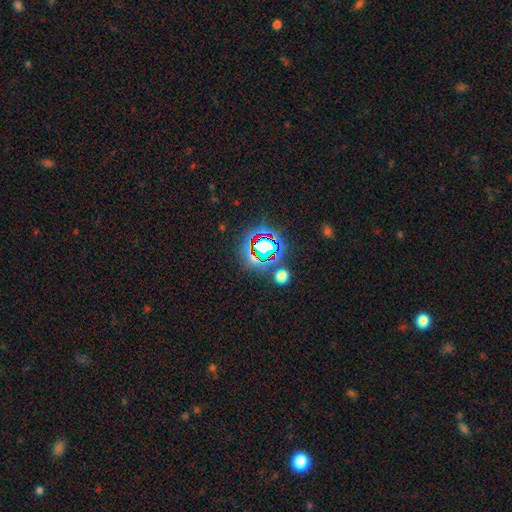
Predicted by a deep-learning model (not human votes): Smooth or featured: star or artifact — 65% (smooth — 24%)